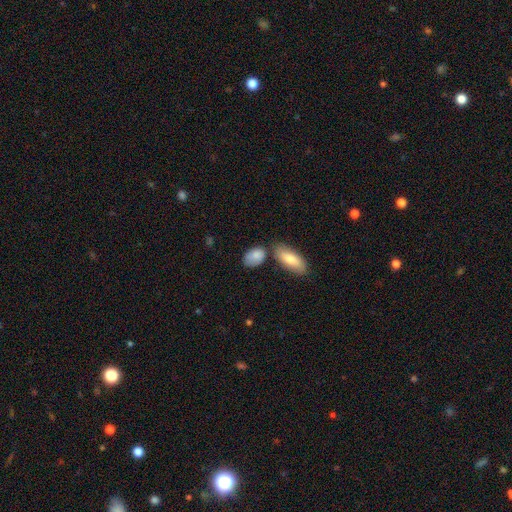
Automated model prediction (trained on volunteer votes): Smooth or featured? smooth (84%)
How rounded? in between (89%)
Merging? none (57%)